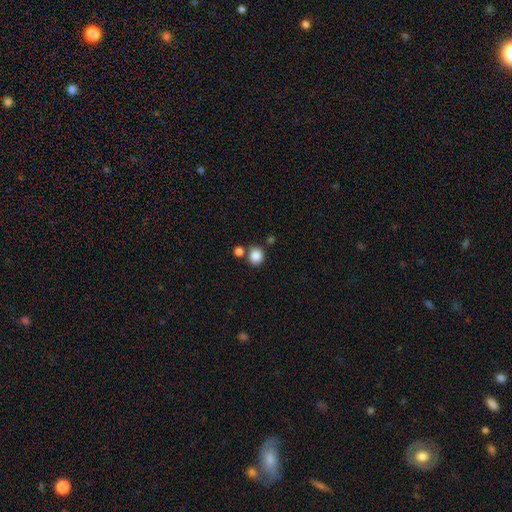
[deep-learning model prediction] smooth-or-featured: smooth: 86% | star or artifact: 10% | featured or disk: 4%
  how-rounded: round: 85% | in between: 14% | cigar-shaped: 1%
  merging: none: 73% | merger: 16% | minor disturbance: 9% | major disturbance: 3%